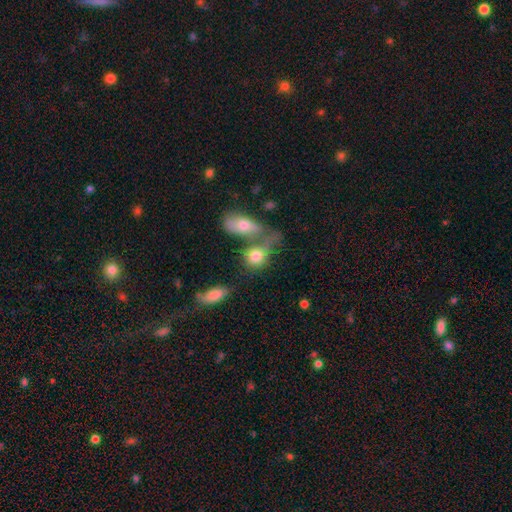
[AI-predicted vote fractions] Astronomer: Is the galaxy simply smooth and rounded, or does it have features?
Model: smooth — 78%.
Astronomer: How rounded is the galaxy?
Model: in between — 54% (runner-up: round, 42%).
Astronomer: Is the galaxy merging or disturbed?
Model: merger — 52%.